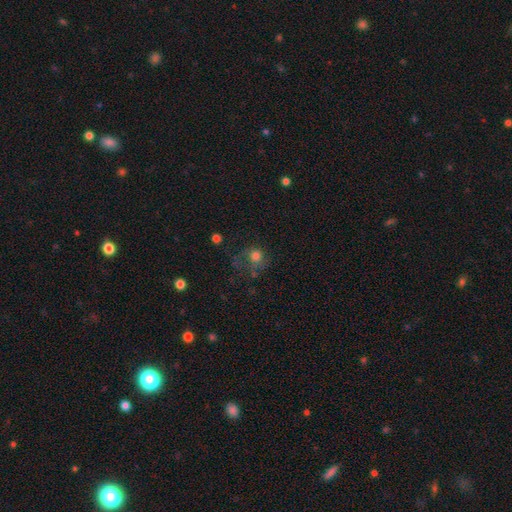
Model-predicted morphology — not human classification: Q: Smooth or featured?
A: smooth (69%); runner-up: featured or disk (17%)
Q: How rounded?
A: round (82%); runner-up: in between (17%)
Q: Merging?
A: none (46%); runner-up: major disturbance (27%)